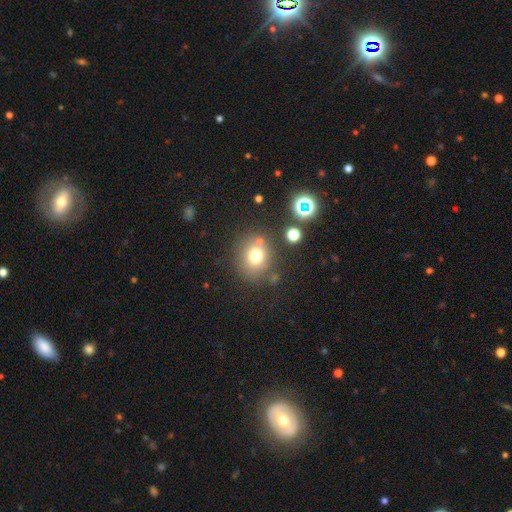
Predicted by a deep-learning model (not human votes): This appears to be a smooth galaxy with no disk features (72%) that is round (77%). Merging: none (74%).